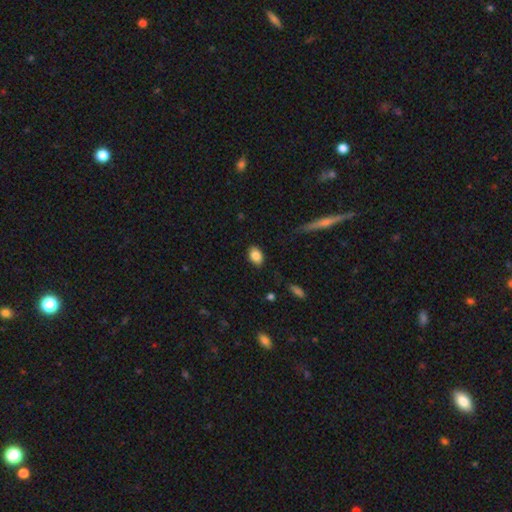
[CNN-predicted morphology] Smooth or featured?
  - smooth: 86% *
  - star or artifact: 8%
  - featured or disk: 6%
How rounded?
  - in between: 82% *
  - round: 16%
  - cigar-shaped: 1%
Merging?
  - none: 85% *
  - minor disturbance: 11%
  - major disturbance: 3%
  - merger: 1%